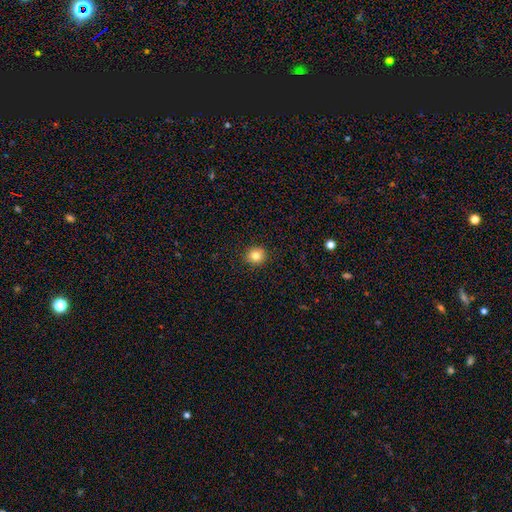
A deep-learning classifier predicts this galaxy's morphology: smooth 83%, star or artifact 11%, featured or disk 6%. Down the decision tree: how rounded — round (89%); merging — none (92%).